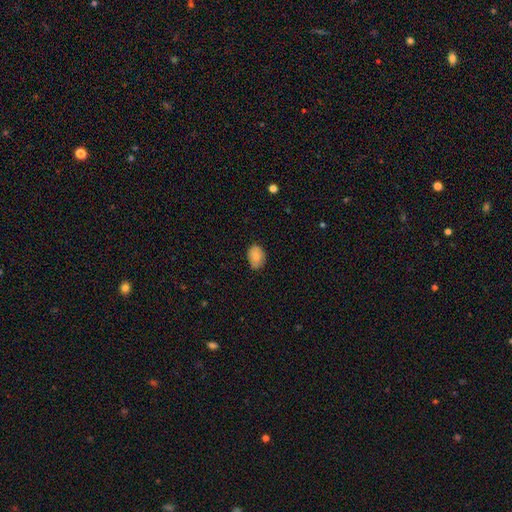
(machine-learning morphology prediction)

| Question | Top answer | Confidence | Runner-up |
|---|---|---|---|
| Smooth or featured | smooth | 83% | featured or disk (10%) |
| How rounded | in between | 76% | round (23%) |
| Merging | none | 74% | minor disturbance (22%) |